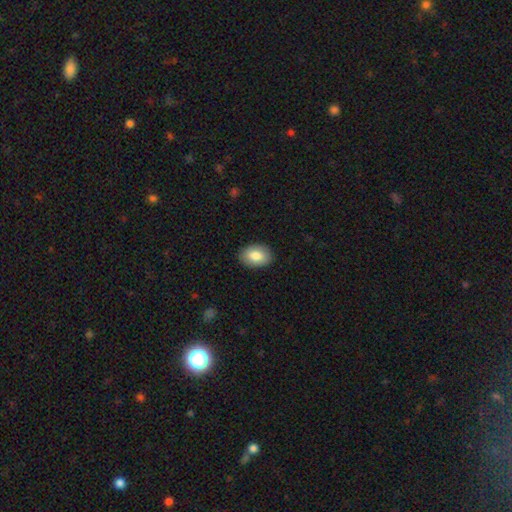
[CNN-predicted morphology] smooth_or_featured: smooth (p=0.83) [alt: featured or disk p=0.11]
how_rounded: in between (p=0.86) [alt: round p=0.13]
merging: none (p=0.88) [alt: minor disturbance p=0.09]